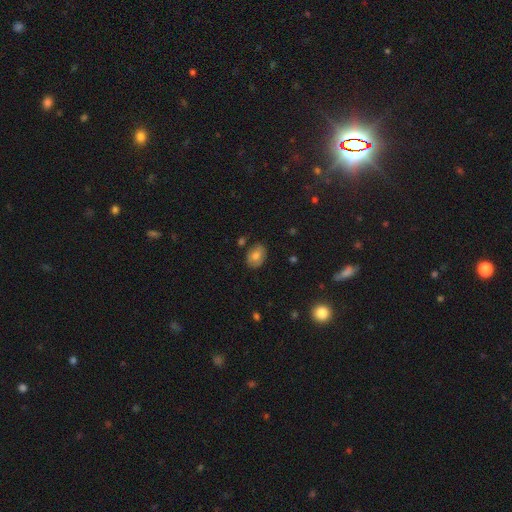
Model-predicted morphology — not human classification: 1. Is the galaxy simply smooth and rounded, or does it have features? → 76% smooth, 15% featured or disk, 9% star or artifact.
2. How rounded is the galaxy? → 77% in between, 22% round, 1% cigar-shaped.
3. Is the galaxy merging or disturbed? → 80% none, 14% minor disturbance, 3% major disturbance, 3% merger.